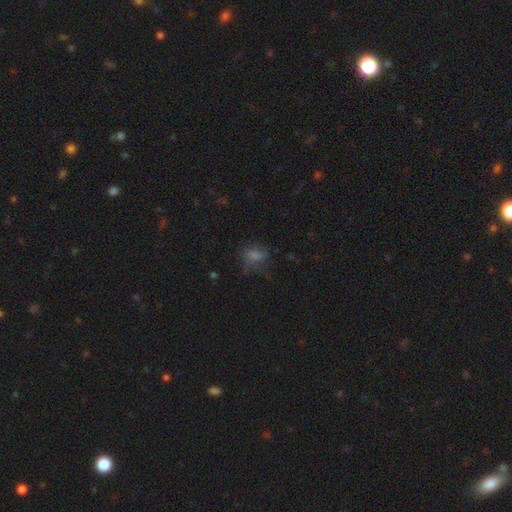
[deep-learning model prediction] A smooth galaxy with no disk features (55%) that is in between round and cigar-shaped (56%). Merging: none (54%).